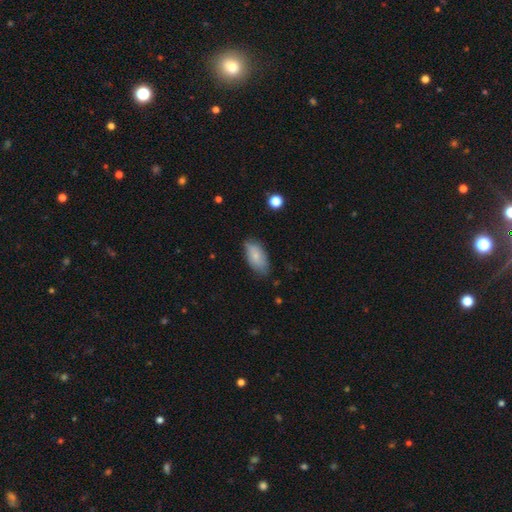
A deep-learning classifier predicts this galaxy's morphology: Smooth or featured? smooth (77%)
How rounded? in between (91%)
Merging? none (71%)